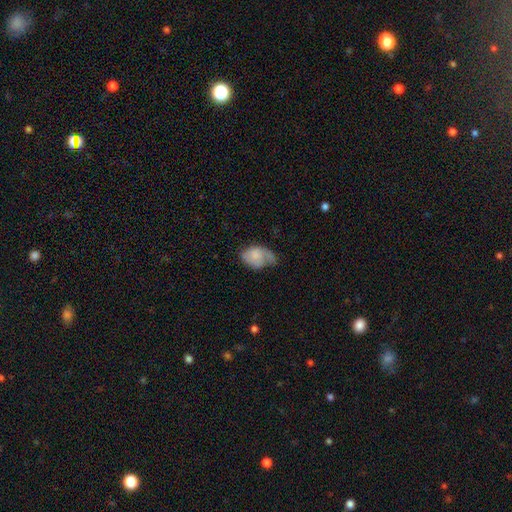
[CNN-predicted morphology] smooth 63%, featured or disk 30%, star or artifact 8%. Down the decision tree: how rounded — in between (80%); merging — minor disturbance (39%).